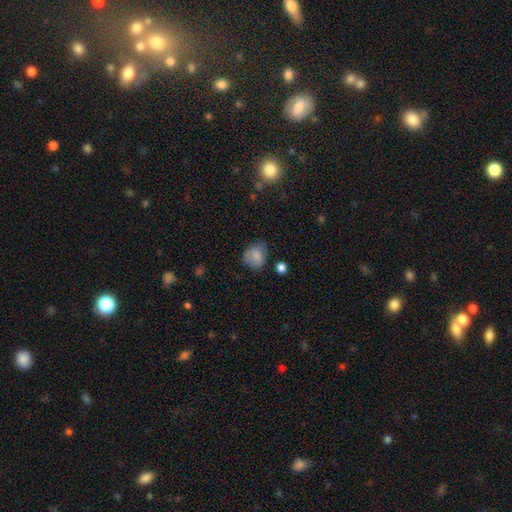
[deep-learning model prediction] smooth-or-featured: smooth: 79% | featured or disk: 12% | star or artifact: 9%
  how-rounded: round: 58% | in between: 41% | cigar-shaped: 1%
  merging: none: 62% | minor disturbance: 27% | major disturbance: 8% | merger: 3%